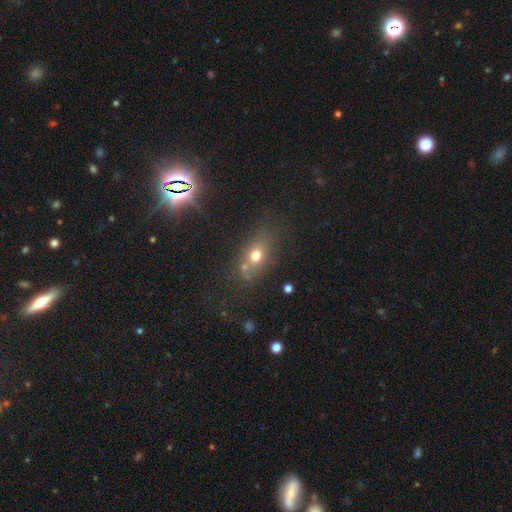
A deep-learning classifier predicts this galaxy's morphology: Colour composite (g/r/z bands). It shows a smooth galaxy with no disk features (65%) that is in between round and cigar-shaped (63%). Merging: none (65%).